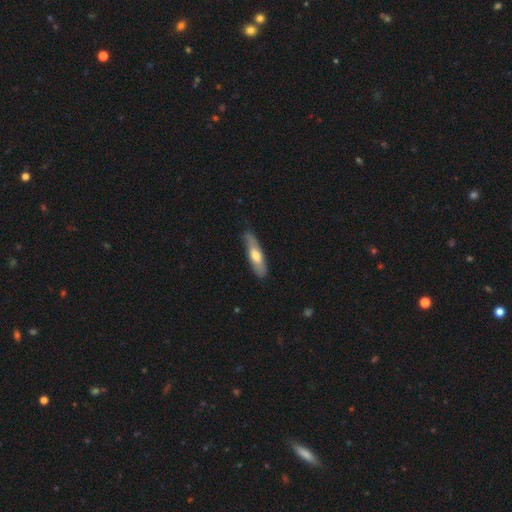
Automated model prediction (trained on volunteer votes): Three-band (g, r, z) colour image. It shows a smooth galaxy with no disk features (55%) that is cigar-shaped (63%). Merging: none (78%).